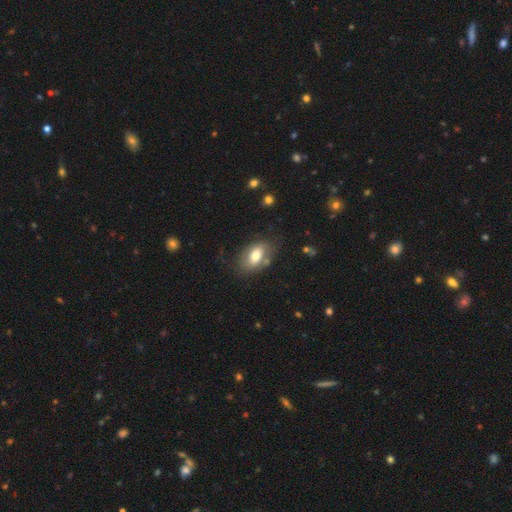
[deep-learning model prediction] Smooth or featured: smooth — 69% (featured or disk — 24%)
How rounded: in between — 90% (round — 8%)
Merging: none — 65% (minor disturbance — 21%)